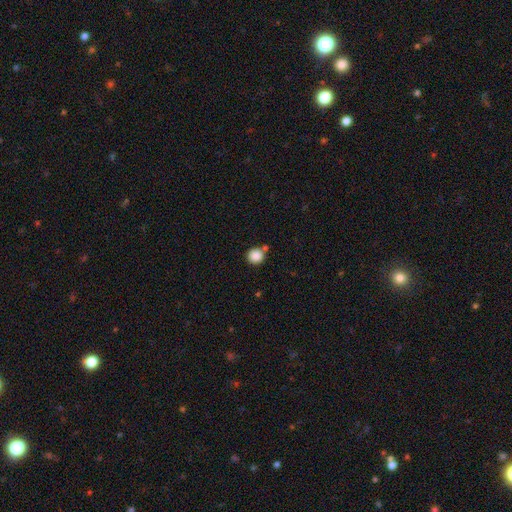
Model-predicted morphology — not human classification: A smooth galaxy with no disk features (87%) that is round (92%).

Vote fractions:
- Smooth or featured? smooth: 87% / star or artifact: 10% / featured or disk: 3%
- How rounded? round: 92% / in between: 7% / cigar-shaped: 1%
- Merging? none: 74% / merger: 13% / minor disturbance: 10% / major disturbance: 3%